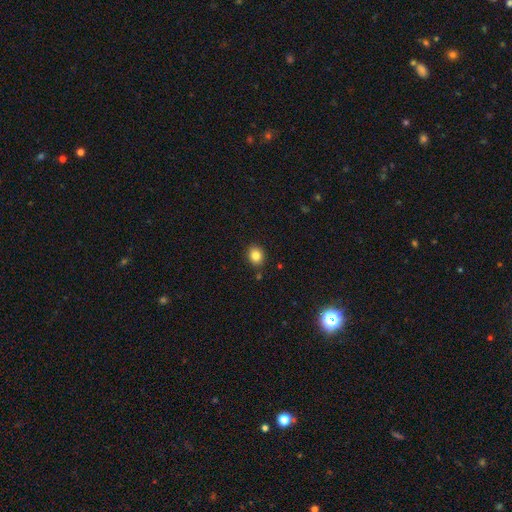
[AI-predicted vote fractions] Smooth or featured? smooth (83%)
How rounded? round (68%)
Merging? none (86%)